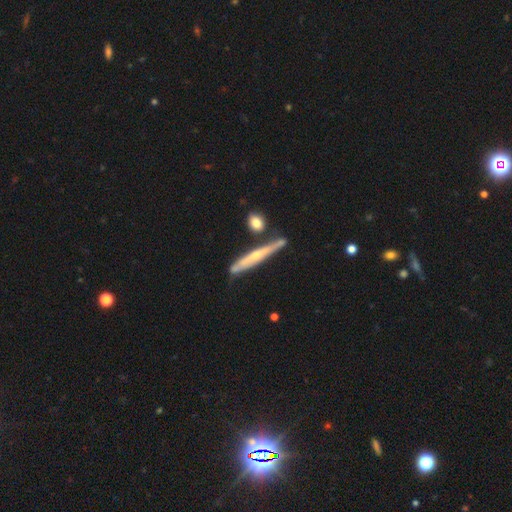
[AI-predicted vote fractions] featured or disk 65%, smooth 29%, star or artifact 6%. Down the decision tree: edge-on disk — yes (91%); edge-on bulge — rounded (62%); merging — none (69%).